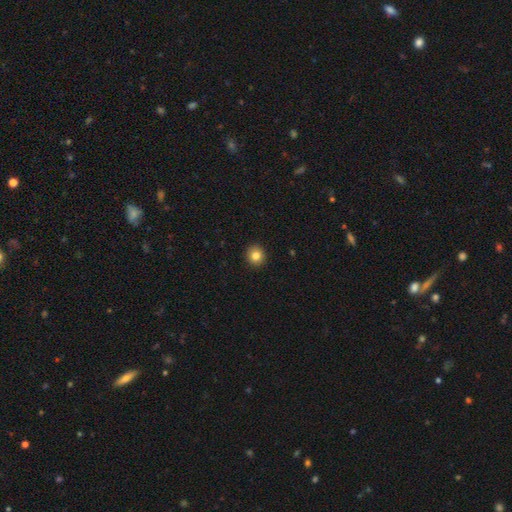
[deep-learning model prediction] Smooth or featured? smooth (83%)
How rounded? round (91%)
Merging? none (93%)